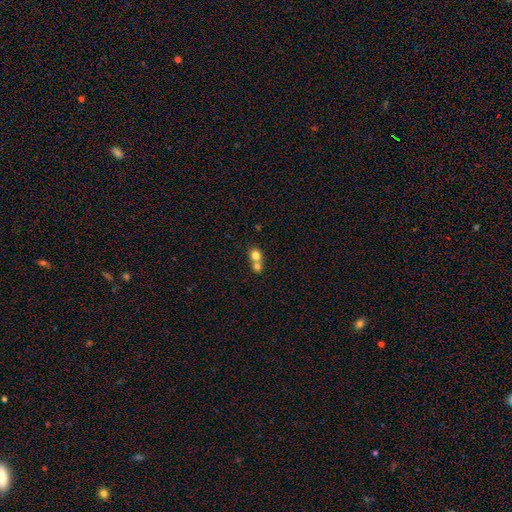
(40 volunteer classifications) A smooth galaxy with no disk features (75%) that is round (70%).

Vote fractions:
- Smooth or featured? smooth: 75% / featured or disk: 20% / star or artifact: 5%
- How rounded? round: 70% / in between: 30% / cigar-shaped: 0%
- Merging? merger: 63% / none: 32% / minor disturbance: 3% / major disturbance: 3%